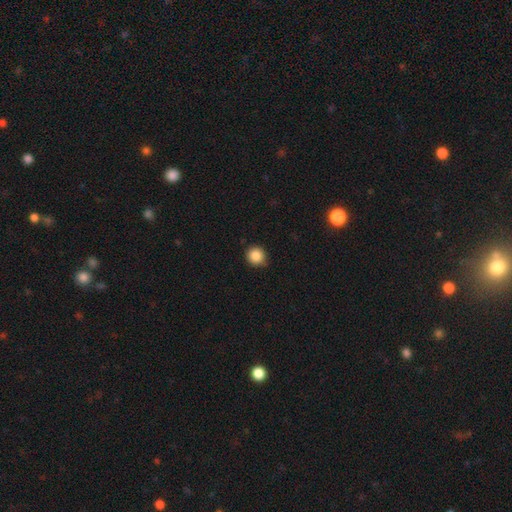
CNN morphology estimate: Smooth or featured: smooth — 86% (star or artifact — 10%)
How rounded: round — 92% (in between — 7%)
Merging: none — 86% (minor disturbance — 11%)